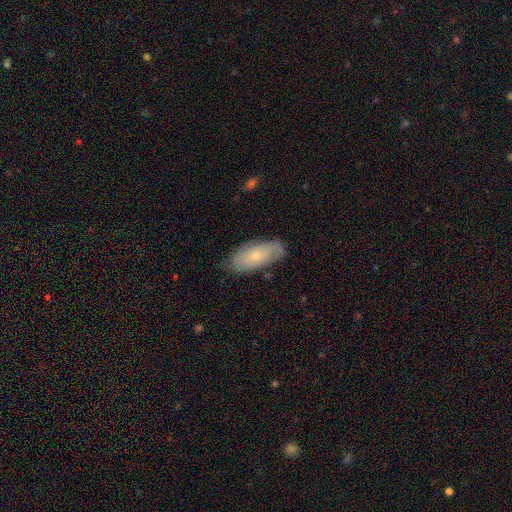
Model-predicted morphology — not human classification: A smooth galaxy with no disk features (55%) that is in between round and cigar-shaped (86%). Merging: none (75%).